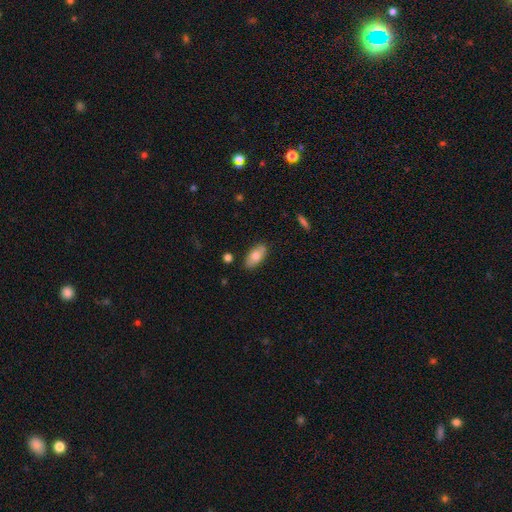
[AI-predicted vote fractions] smooth_or_featured: smooth (p=0.74) [alt: featured or disk p=0.20]
how_rounded: in between (p=0.91) [alt: cigar-shaped p=0.06]
merging: none (p=0.85) [alt: minor disturbance p=0.11]